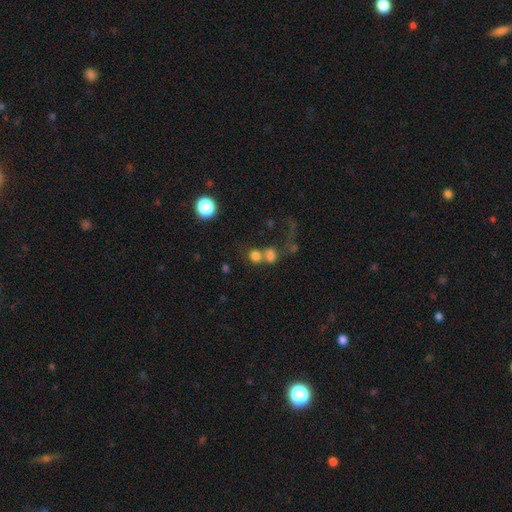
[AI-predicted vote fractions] Smooth or featured?
  - smooth: 74% *
  - star or artifact: 15%
  - featured or disk: 11%
How rounded?
  - round: 72% *
  - in between: 26%
  - cigar-shaped: 1%
Merging?
  - merger: 53% *
  - none: 33%
  - major disturbance: 7%
  - minor disturbance: 7%